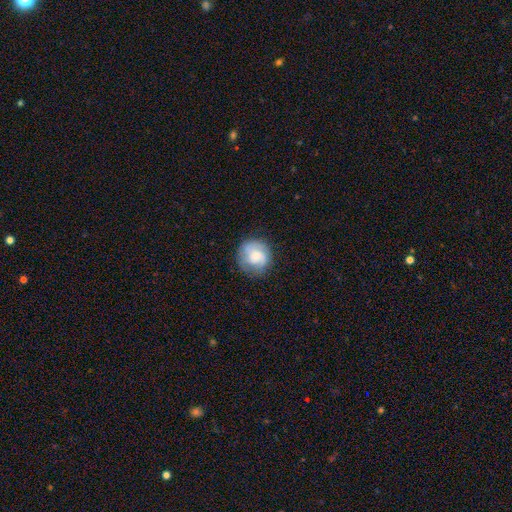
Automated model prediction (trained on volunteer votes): This is possibly a smooth galaxy (49%). Merging: likely none (76%).